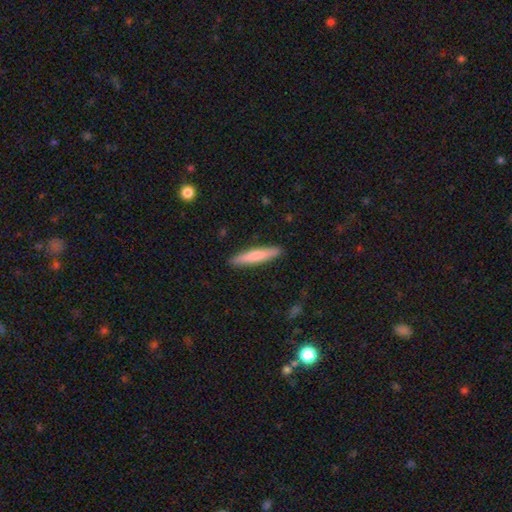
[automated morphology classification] This is likely a smooth galaxy (74%). How rounded: clearly cigar-shaped (92%). Merging: clearly none (91%).